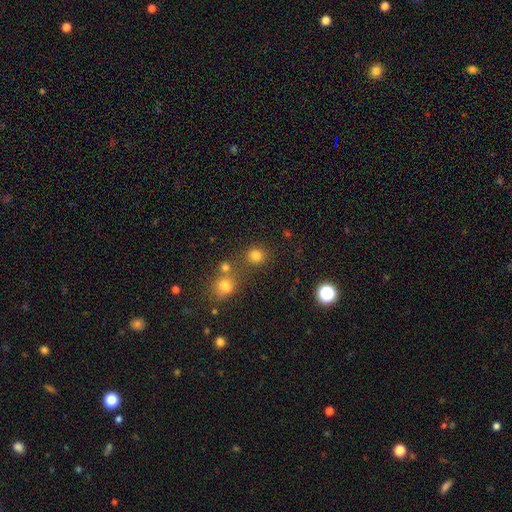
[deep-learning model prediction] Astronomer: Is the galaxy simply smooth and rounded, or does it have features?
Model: smooth — 78%.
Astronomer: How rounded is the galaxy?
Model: round — 84%.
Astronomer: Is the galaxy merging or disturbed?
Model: none — 71%.